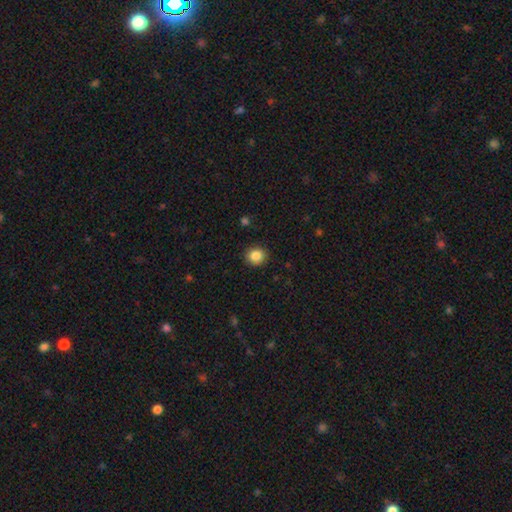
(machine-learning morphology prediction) This is clearly a smooth galaxy (86%). How rounded: clearly round (82%). Merging: clearly none (90%).